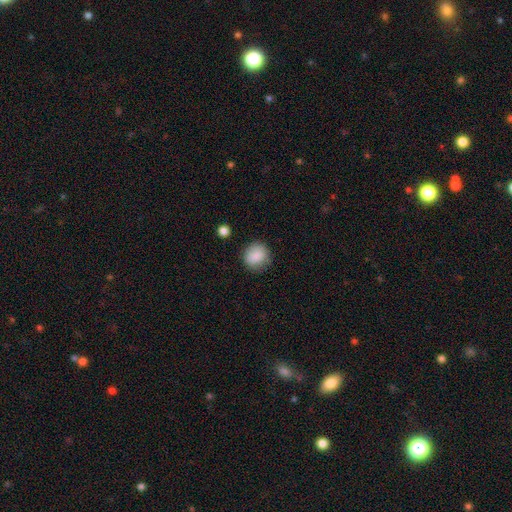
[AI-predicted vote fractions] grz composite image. It shows a smooth galaxy with no disk features (87%) that is round (80%). Merging: none (81%).